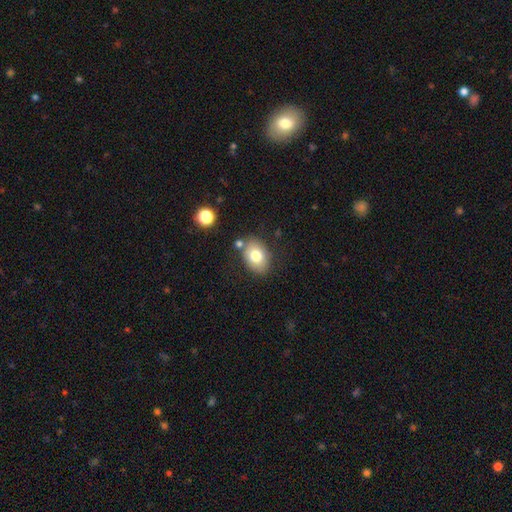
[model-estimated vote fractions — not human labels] The model was most divided on "how rounded": in between: 76%, round: 23%, cigar-shaped: 1%. More confident: smooth or featured — smooth (79%); merging — none (75%).